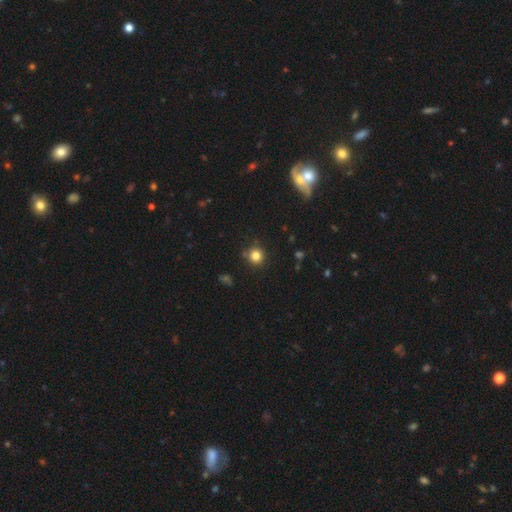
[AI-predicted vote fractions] Smooth or featured? smooth (81%)
How rounded? round (91%)
Merging? none (84%)